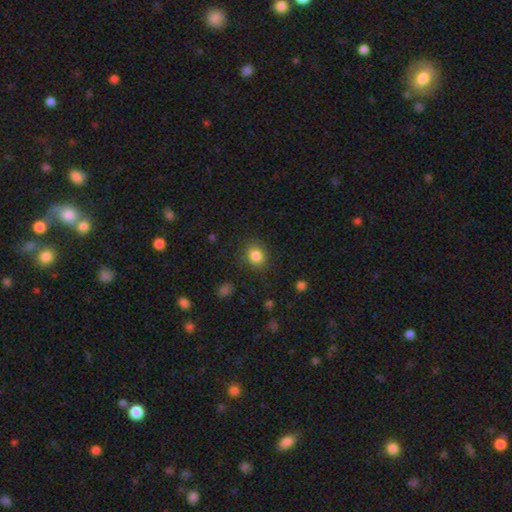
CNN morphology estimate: Smooth or featured? Predicted: smooth (p=0.84). How rounded? Predicted: round (p=0.64). Merging? Predicted: none (p=0.83).